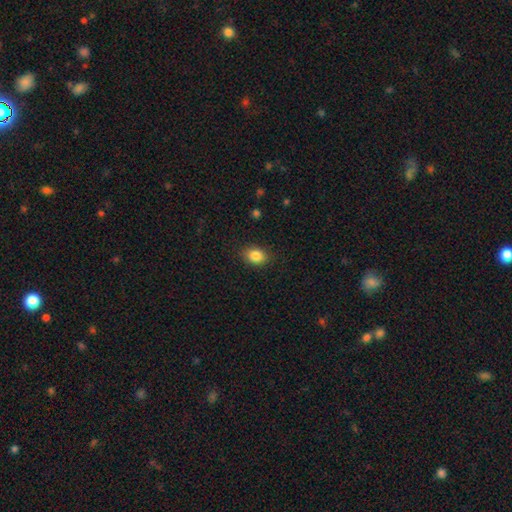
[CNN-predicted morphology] Smooth or featured? Predicted: smooth (p=0.85). How rounded? Predicted: in between (p=0.63). Merging? Predicted: none (p=0.87).